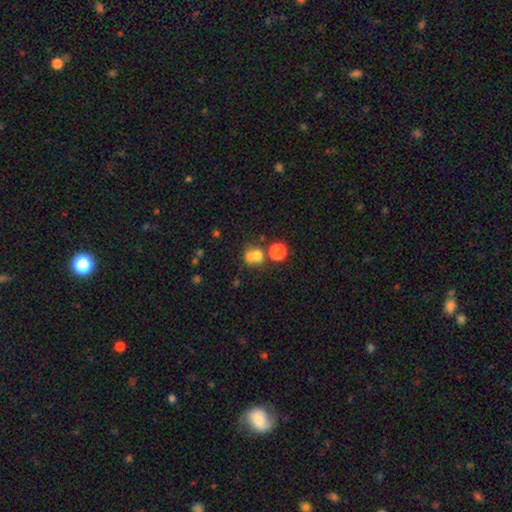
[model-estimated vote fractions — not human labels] Smooth or featured? Predicted: smooth (p=0.66). How rounded? Predicted: round (p=0.76). Merging? Predicted: merger (p=0.51).